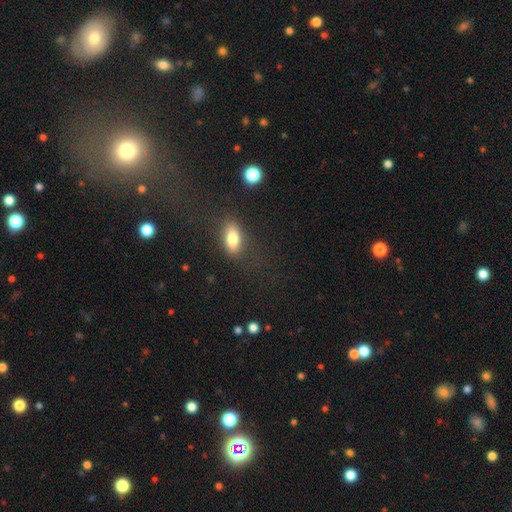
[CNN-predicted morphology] This is marginally a star or artifact rather than a galaxy (43%).